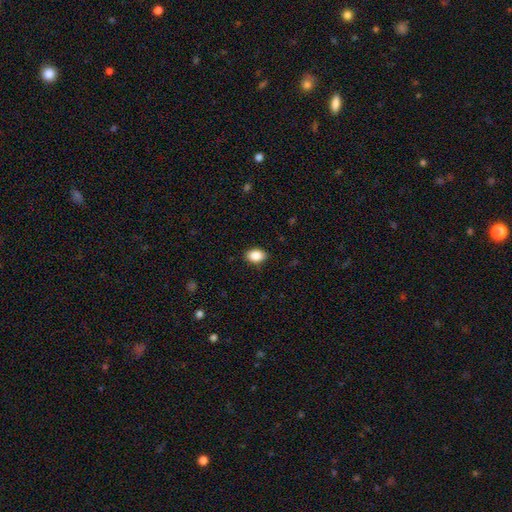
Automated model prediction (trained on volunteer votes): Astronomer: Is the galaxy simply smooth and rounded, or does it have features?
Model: smooth — 88%.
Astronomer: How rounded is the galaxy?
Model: in between — 81%.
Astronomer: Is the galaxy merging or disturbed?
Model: none — 88%.